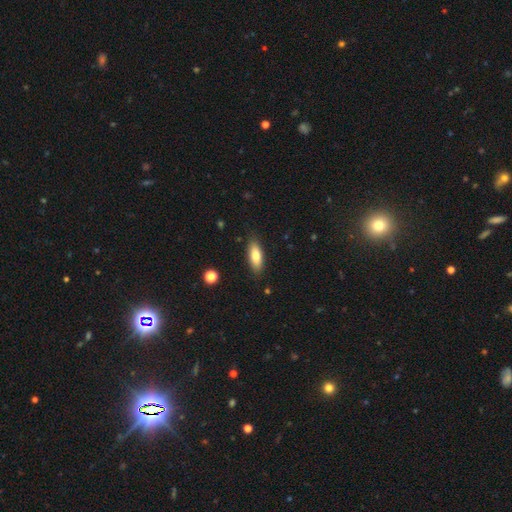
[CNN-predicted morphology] Smooth or featured?
  - smooth: 80% *
  - featured or disk: 14%
  - star or artifact: 7%
How rounded?
  - in between: 71% *
  - cigar-shaped: 27%
  - round: 2%
Merging?
  - none: 85% *
  - minor disturbance: 11%
  - major disturbance: 2%
  - merger: 1%